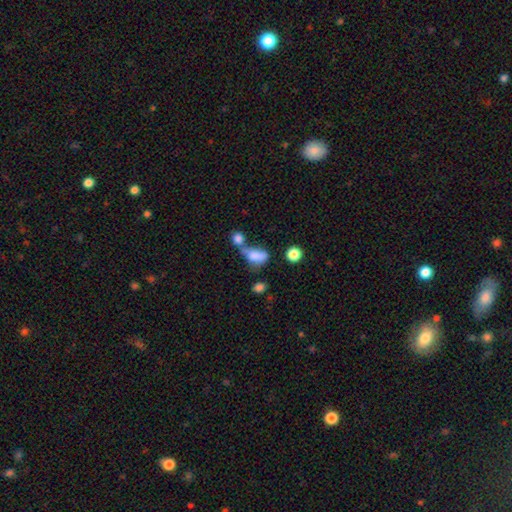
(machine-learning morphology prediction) type=smooth (75%); roundness=in between (79%); merging=merger (53%).